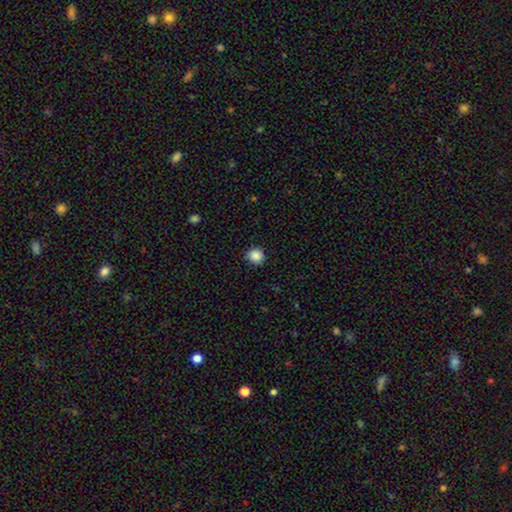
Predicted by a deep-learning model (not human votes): The model was most divided on "merging": none: 87%, minor disturbance: 10%, major disturbance: 2%, merger: 1%. More confident: how rounded — round (90%); smooth or featured — smooth (87%).